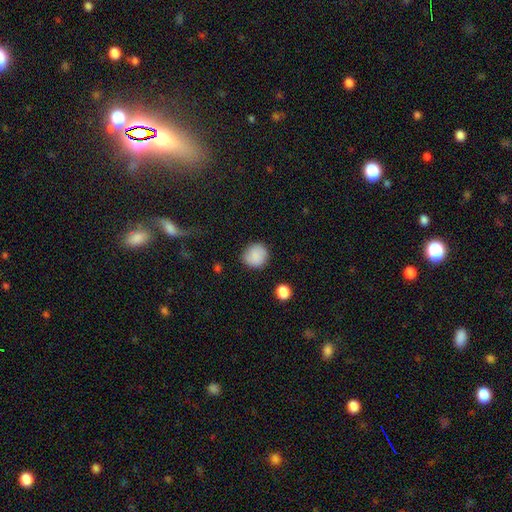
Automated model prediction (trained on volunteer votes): This is clearly a smooth galaxy (86%). How rounded: clearly round (86%). Merging: clearly none (82%).